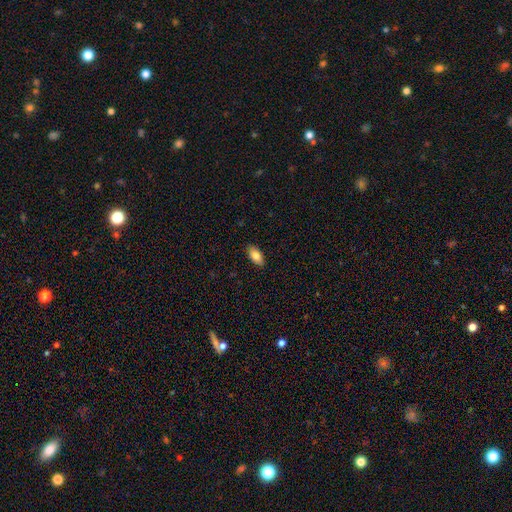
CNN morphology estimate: A smooth galaxy with no disk features (83%) that is in between round and cigar-shaped (90%).

Vote fractions:
- Smooth or featured? smooth: 83% / featured or disk: 10% / star or artifact: 7%
- How rounded? in between: 90% / cigar-shaped: 7% / round: 2%
- Merging? none: 89% / minor disturbance: 9% / major disturbance: 2% / merger: 1%